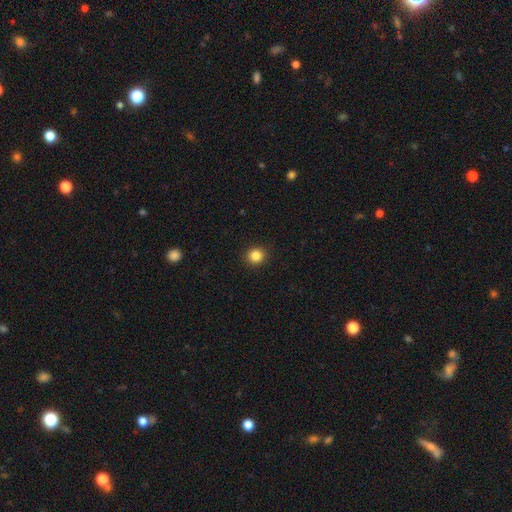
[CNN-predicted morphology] smooth_or_featured: smooth (p=0.85) [alt: star or artifact p=0.11]
how_rounded: round (p=0.90) [alt: in between p=0.09]
merging: none (p=0.92) [alt: minor disturbance p=0.05]